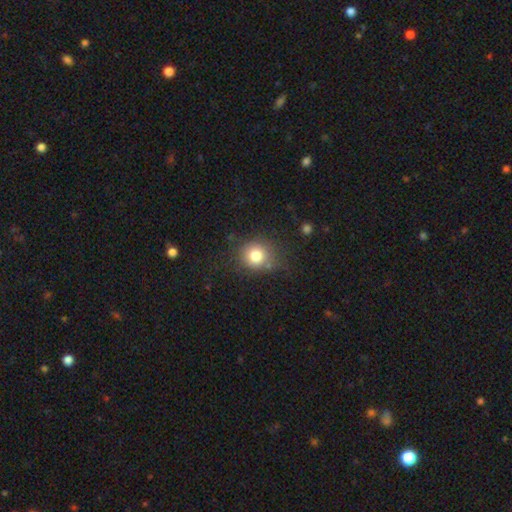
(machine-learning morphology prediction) Smooth or featured? smooth (79%)
How rounded? round (85%)
Merging? none (76%)